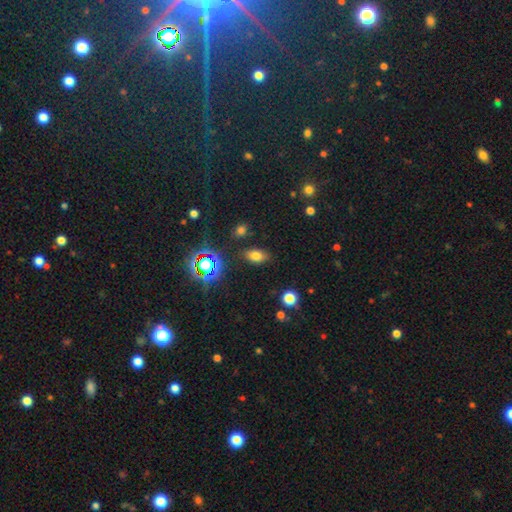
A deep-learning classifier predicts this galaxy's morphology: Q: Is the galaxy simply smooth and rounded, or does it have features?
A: smooth — 71%.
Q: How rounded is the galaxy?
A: in between — 87%.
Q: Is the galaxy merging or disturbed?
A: none — 83%.